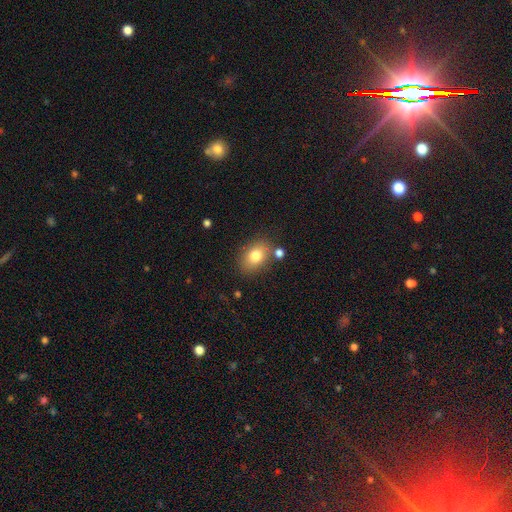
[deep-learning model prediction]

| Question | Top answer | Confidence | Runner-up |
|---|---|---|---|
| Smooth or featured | smooth | 78% | featured or disk (12%) |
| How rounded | in between | 73% | round (26%) |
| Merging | none | 76% | minor disturbance (13%) |